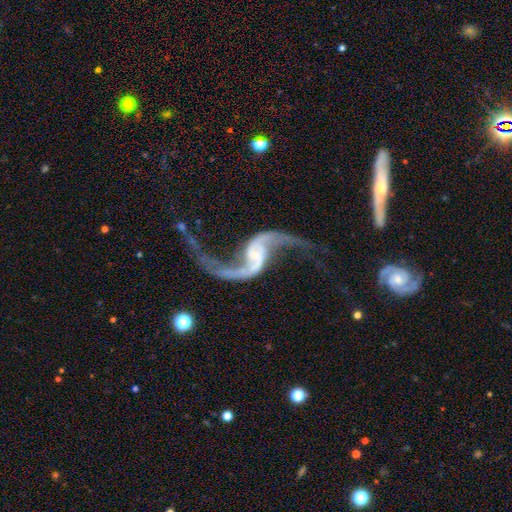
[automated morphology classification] A featured or disk galaxy (93%) with a weak bar (41%), 2 (94%) loose (93%) spiral arms (97%) and a small central bulge (56%). Merging: none (61%).